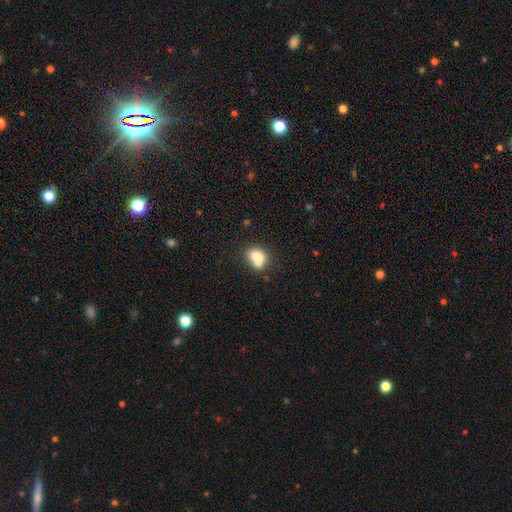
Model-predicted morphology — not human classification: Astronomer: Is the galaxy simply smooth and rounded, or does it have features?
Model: smooth — 72%.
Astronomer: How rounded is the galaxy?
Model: in between — 57% (runner-up: round, 41%).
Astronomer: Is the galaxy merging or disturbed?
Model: merger — 41% (runner-up: none, 34%).